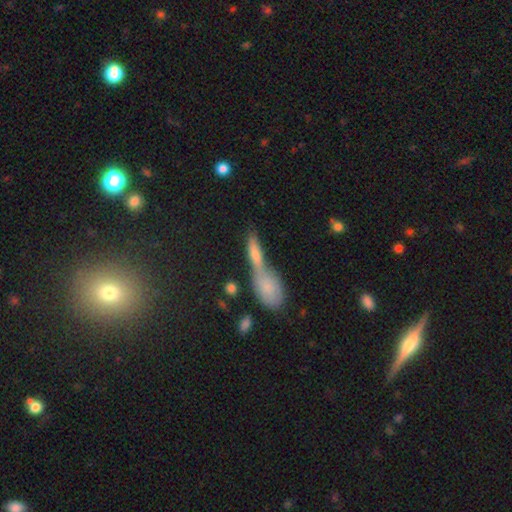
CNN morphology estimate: Smooth or featured? Predicted: smooth (p=0.61). How rounded? Predicted: cigar-shaped (p=0.50). Merging? Predicted: merger (p=0.53).